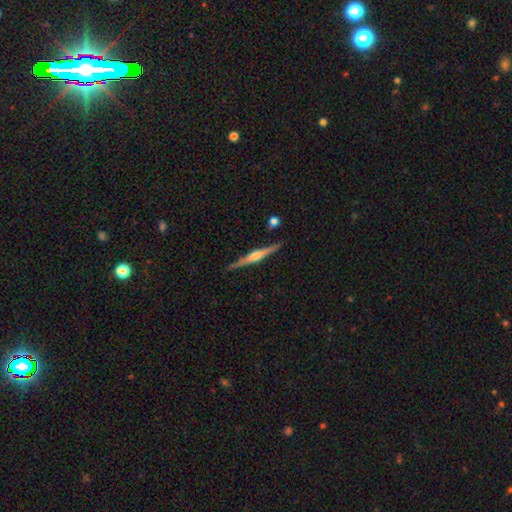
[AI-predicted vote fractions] A featured or disk galaxy (73%) viewed edge-on (98%) with a rounded central bulge (77%).

Vote fractions:
- Smooth or featured? featured or disk: 73% / smooth: 22% / star or artifact: 6%
- Edge-on disk? yes: 98% / no: 2%
- Edge-on bulge? rounded: 77% / boxy: 12% / none: 11%
- Merging? none: 87% / minor disturbance: 9% / merger: 2% / major disturbance: 2%